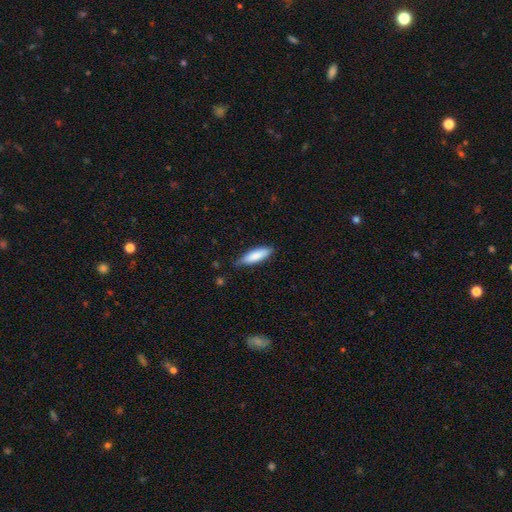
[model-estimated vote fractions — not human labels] Morphology: type=smooth (83%); roundness=cigar-shaped (51%); merging=none (77%).